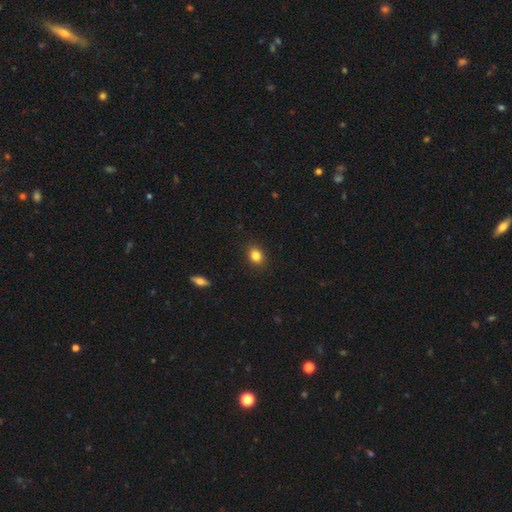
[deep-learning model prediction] Morphology: type=smooth (84%); roundness=in between (51%); merging=none (89%).